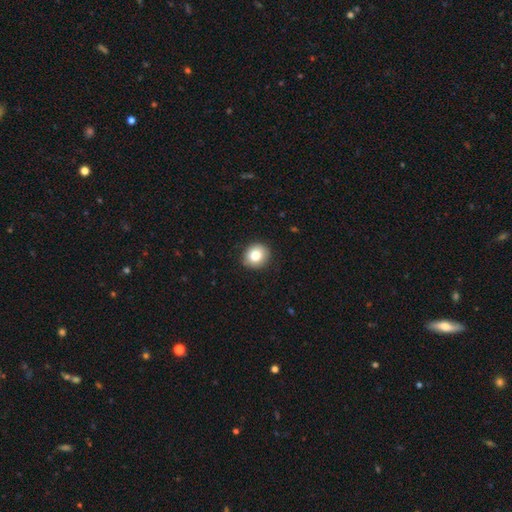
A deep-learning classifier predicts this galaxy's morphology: This is clearly a smooth galaxy (81%). How rounded: likely round (77%). Merging: clearly none (89%).